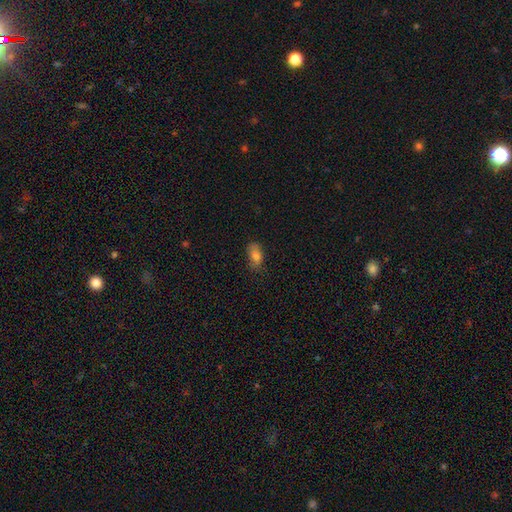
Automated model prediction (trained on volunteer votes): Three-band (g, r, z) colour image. It shows a smooth galaxy with no disk features (81%) that is in between round and cigar-shaped (87%). Merging: none (73%).